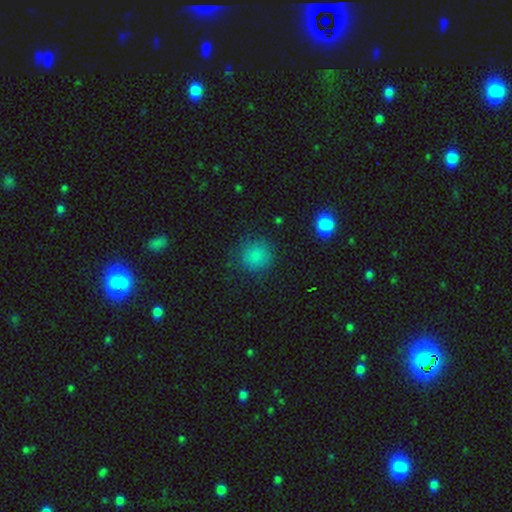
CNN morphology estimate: smooth-or-featured: smooth: 81% | star or artifact: 13% | featured or disk: 6%
  how-rounded: round: 90% | in between: 9% | cigar-shaped: 1%
  merging: none: 80% | minor disturbance: 13% | major disturbance: 5% | merger: 2%